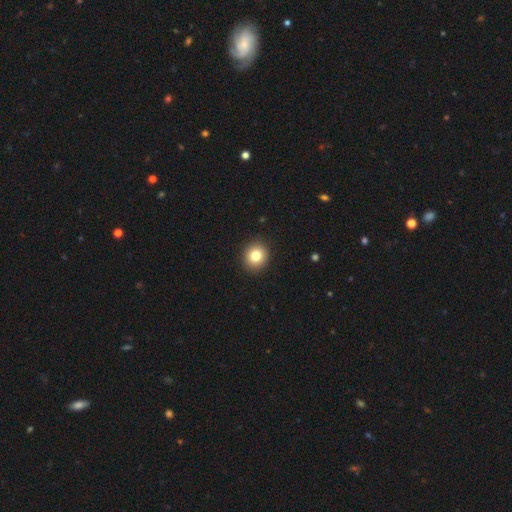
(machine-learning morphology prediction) Smooth or featured: smooth — 82% (star or artifact — 11%)
How rounded: round — 82% (in between — 17%)
Merging: none — 91% (minor disturbance — 6%)